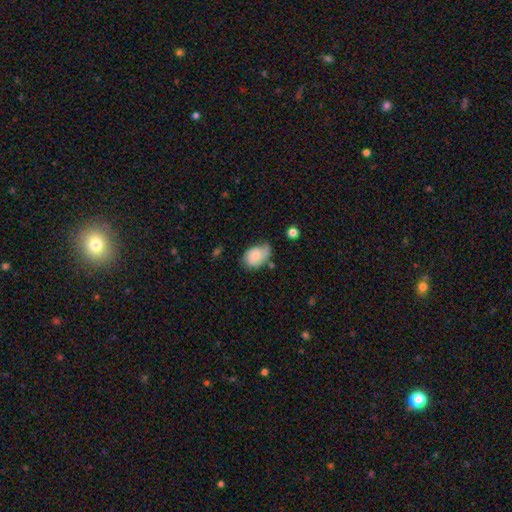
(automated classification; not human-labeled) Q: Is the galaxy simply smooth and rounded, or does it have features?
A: smooth — 61%.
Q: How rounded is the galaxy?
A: in between — 74%.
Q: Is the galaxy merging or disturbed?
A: none — 42%.